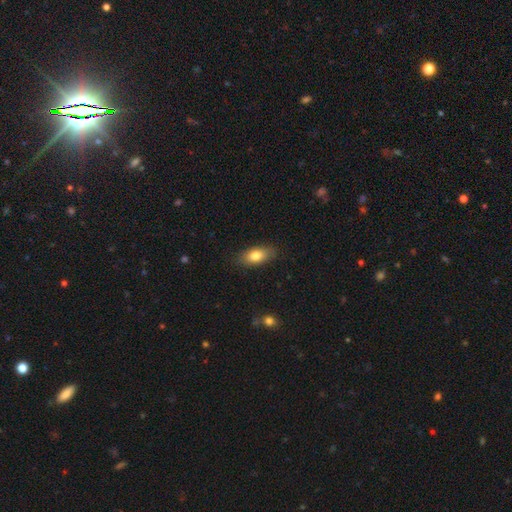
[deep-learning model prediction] Smooth or featured? smooth (79%)
How rounded? in between (85%)
Merging? none (86%)